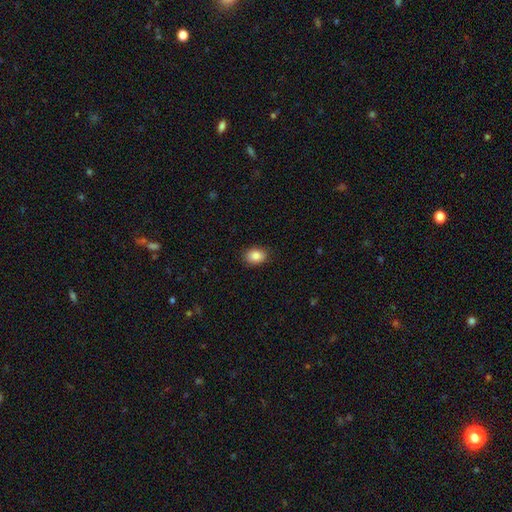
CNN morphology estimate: The model was most divided on "how rounded": in between: 67%, round: 32%, cigar-shaped: 1%. More confident: merging — none (87%); smooth or featured — smooth (87%).